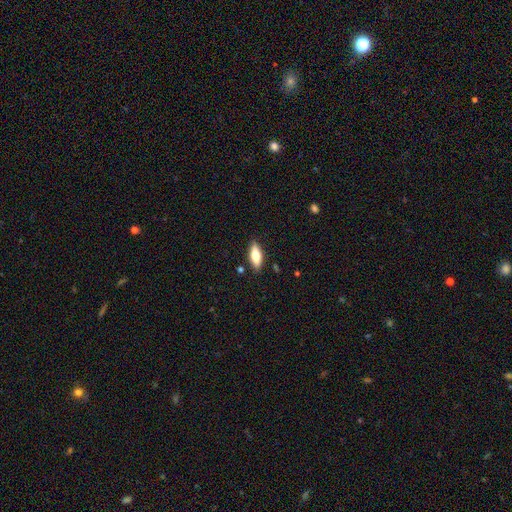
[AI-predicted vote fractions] Morphology: type=smooth (64%); roundness=in between (67%); merging=none (86%).